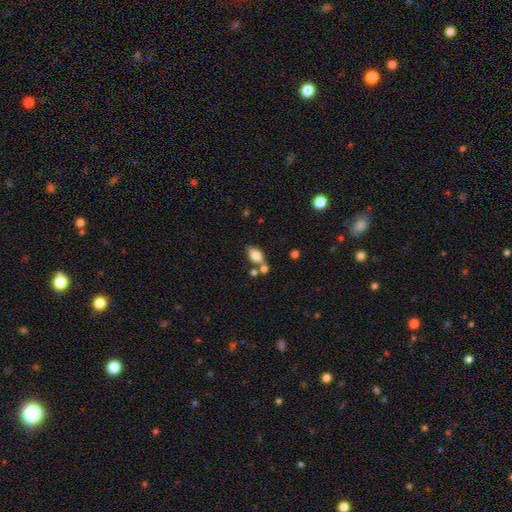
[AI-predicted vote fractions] Smooth or featured? smooth (73%)
How rounded? in between (84%)
Merging? none (60%)